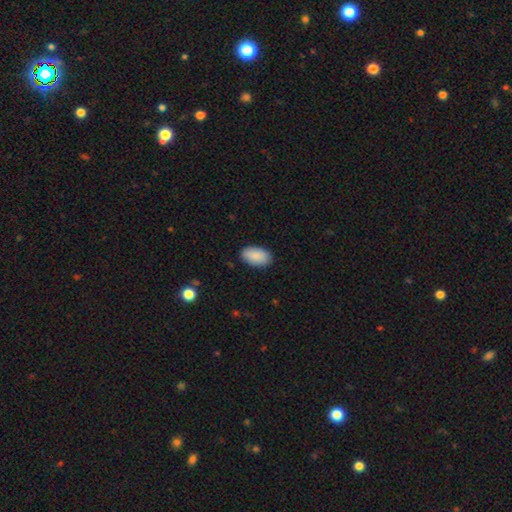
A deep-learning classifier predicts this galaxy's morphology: Q: Smooth or featured?
A: smooth (90%); runner-up: star or artifact (6%)
Q: How rounded?
A: in between (95%); runner-up: round (4%)
Q: Merging?
A: none (87%); runner-up: minor disturbance (10%)